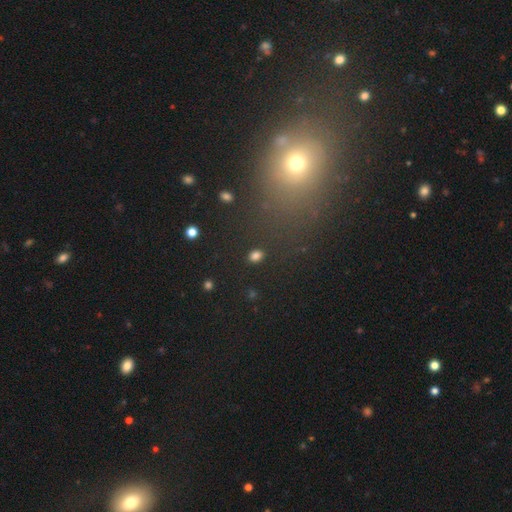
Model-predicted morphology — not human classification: smooth-or-featured: smooth: 82% | star or artifact: 13% | featured or disk: 5%
  how-rounded: in between: 66% | round: 32% | cigar-shaped: 2%
  merging: none: 88% | minor disturbance: 8% | major disturbance: 3% | merger: 2%